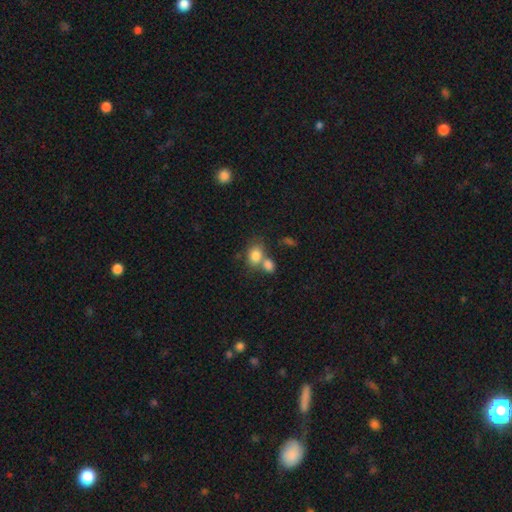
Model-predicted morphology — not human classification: This is clearly a smooth galaxy (81%). How rounded: possibly in between (60%). Merging: possibly merger (47%).